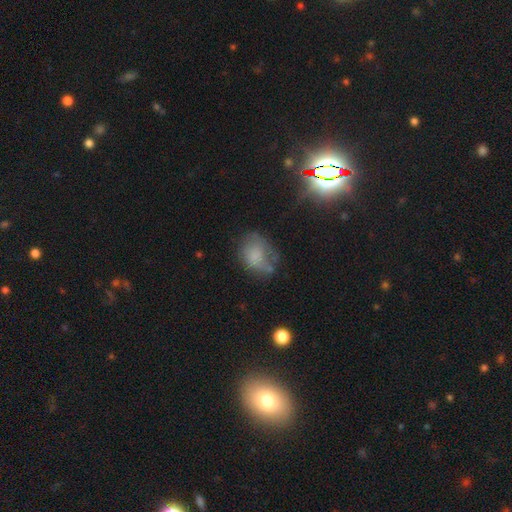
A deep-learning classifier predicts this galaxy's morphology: Smooth or featured?
  - smooth: 62% *
  - featured or disk: 23%
  - star or artifact: 15%
How rounded?
  - in between: 64% *
  - round: 34%
  - cigar-shaped: 1%
Merging?
  - none: 42% *
  - minor disturbance: 30%
  - major disturbance: 22%
  - merger: 6%